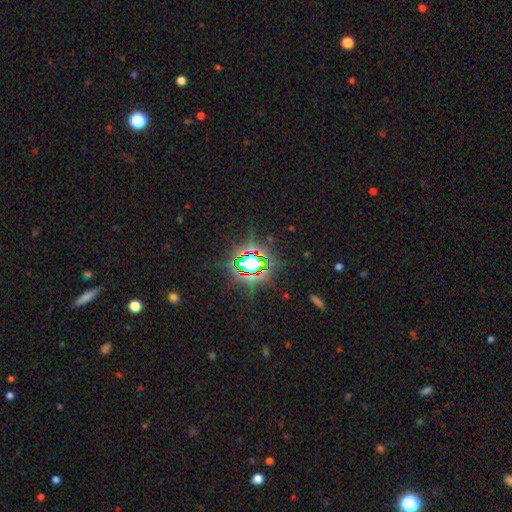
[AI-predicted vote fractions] The model was most divided on "smooth or featured": star or artifact: 80%, smooth: 12%, featured or disk: 9%.